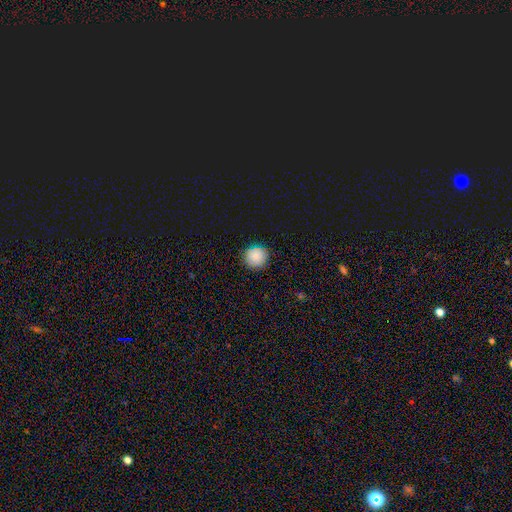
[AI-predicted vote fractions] Q: Smooth or featured?
A: smooth (87%); runner-up: star or artifact (9%)
Q: How rounded?
A: round (92%); runner-up: in between (7%)
Q: Merging?
A: none (89%); runner-up: minor disturbance (8%)